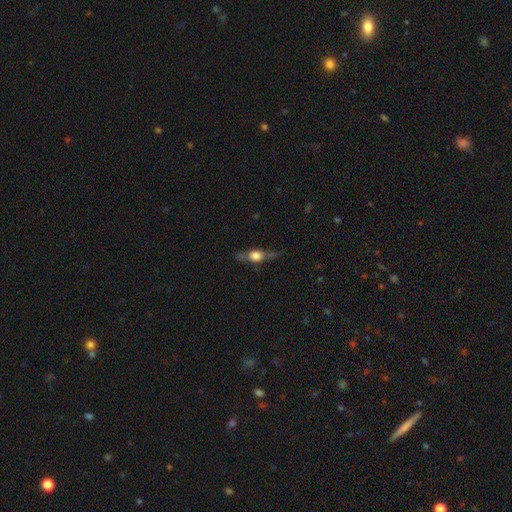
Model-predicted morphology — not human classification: Smooth or featured?
  - featured or disk: 48% *
  - smooth: 43%
  - star or artifact: 9%
Merging?
  - none: 64% *
  - minor disturbance: 23%
  - major disturbance: 10%
  - merger: 3%